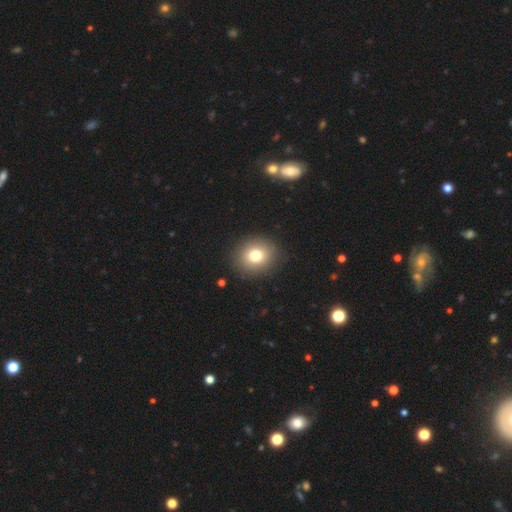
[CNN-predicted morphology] type=smooth (77%); roundness=round (74%); merging=none (90%).